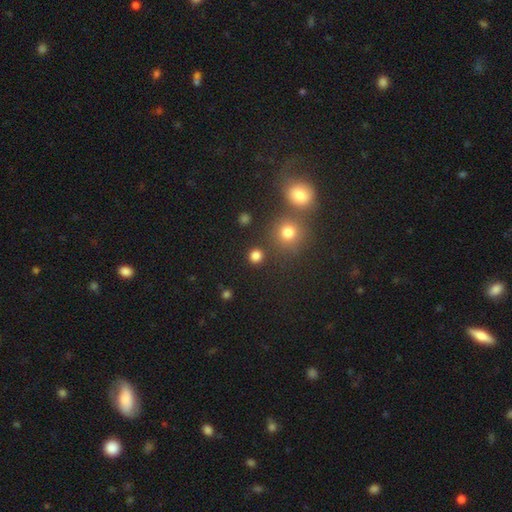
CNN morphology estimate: Q: Smooth or featured?
A: smooth (79%); runner-up: star or artifact (17%)
Q: How rounded?
A: round (90%); runner-up: in between (9%)
Q: Merging?
A: none (87%); runner-up: minor disturbance (6%)